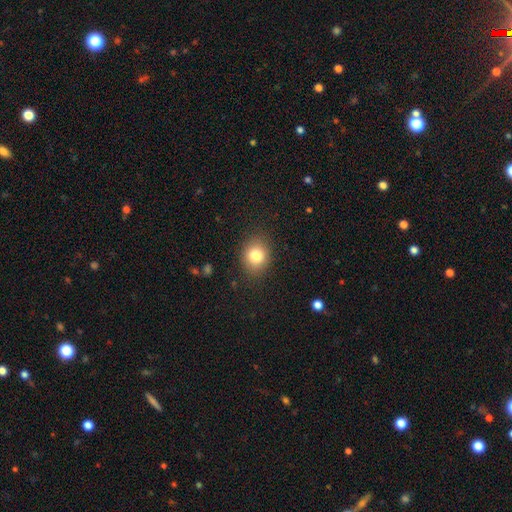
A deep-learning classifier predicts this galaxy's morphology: A smooth galaxy with no disk features (81%) that is round (67%). Merging: none (86%).